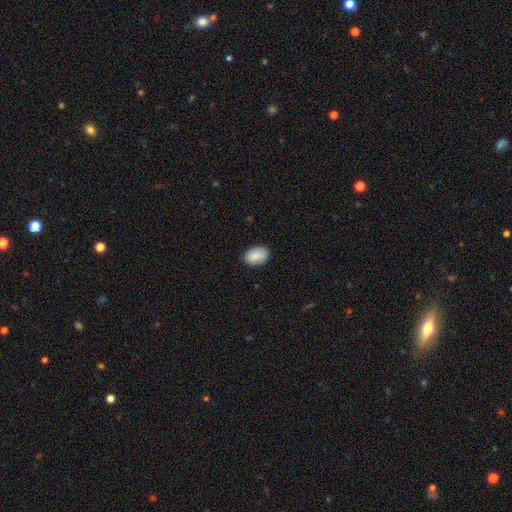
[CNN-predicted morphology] type=smooth (88%); roundness=in between (86%); merging=none (85%).